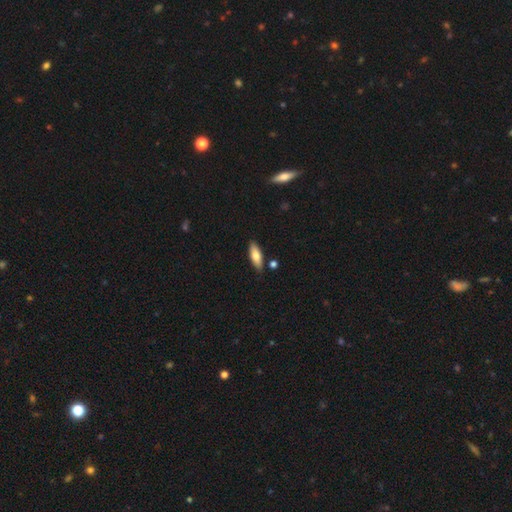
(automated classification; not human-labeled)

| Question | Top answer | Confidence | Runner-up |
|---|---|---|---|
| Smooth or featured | smooth | 73% | featured or disk (21%) |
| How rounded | in between | 64% | cigar-shaped (34%) |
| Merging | none | 84% | minor disturbance (11%) |